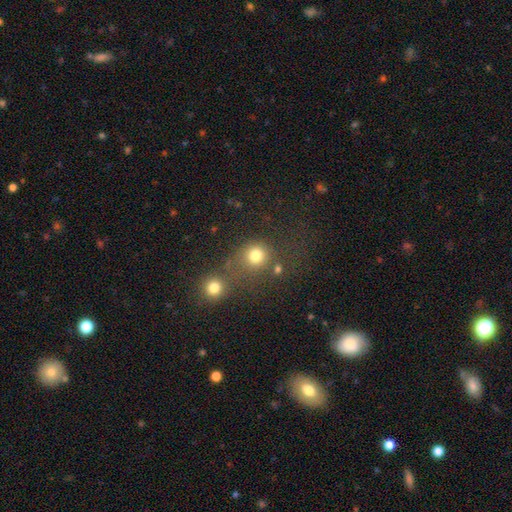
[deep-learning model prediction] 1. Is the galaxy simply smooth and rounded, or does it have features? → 79% smooth, 15% star or artifact, 6% featured or disk.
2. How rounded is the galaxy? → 86% round, 13% in between, 1% cigar-shaped.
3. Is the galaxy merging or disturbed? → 53% none, 29% merger, 10% minor disturbance, 7% major disturbance.